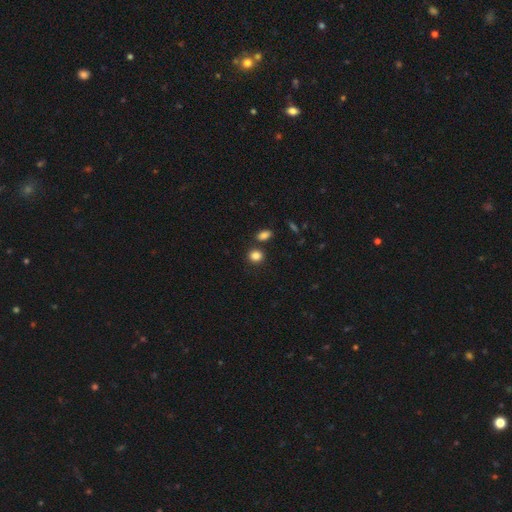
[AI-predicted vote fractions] This is clearly a smooth galaxy (85%). How rounded: likely round (71%). Merging: likely none (76%).